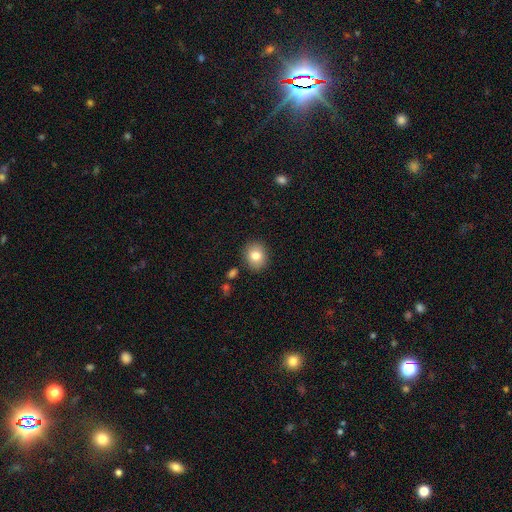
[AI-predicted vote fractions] Smooth or featured?
  - smooth: 81% *
  - featured or disk: 10%
  - star or artifact: 9%
How rounded?
  - round: 63% *
  - in between: 36%
  - cigar-shaped: 1%
Merging?
  - none: 87% *
  - minor disturbance: 8%
  - merger: 2%
  - major disturbance: 2%